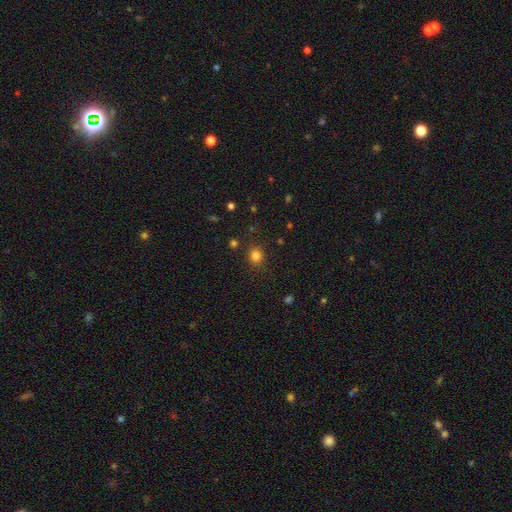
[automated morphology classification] A smooth galaxy with no disk features (81%) that is round (79%).

Vote fractions:
- Smooth or featured? smooth: 81% / star or artifact: 15% / featured or disk: 5%
- How rounded? round: 79% / in between: 20% / cigar-shaped: 1%
- Merging? none: 87% / minor disturbance: 8% / major disturbance: 3% / merger: 2%